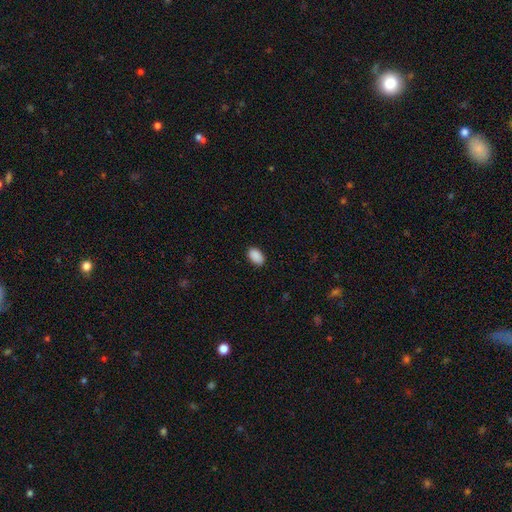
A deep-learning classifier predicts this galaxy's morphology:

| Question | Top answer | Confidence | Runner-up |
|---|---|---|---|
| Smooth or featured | smooth | 90% | star or artifact (7%) |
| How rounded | in between | 91% | round (7%) |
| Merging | none | 87% | minor disturbance (9%) |